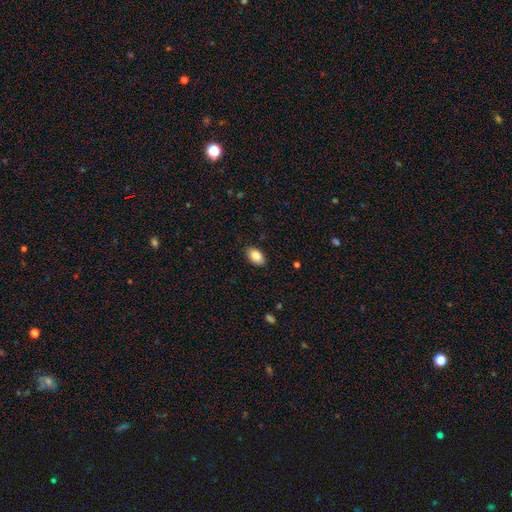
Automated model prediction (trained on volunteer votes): A smooth galaxy with no disk features (87%) that is in between round and cigar-shaped (93%).

Vote fractions:
- Smooth or featured? smooth: 87% / star or artifact: 7% / featured or disk: 6%
- How rounded? in between: 93% / round: 6% / cigar-shaped: 1%
- Merging? none: 88% / minor disturbance: 9% / major disturbance: 2% / merger: 1%